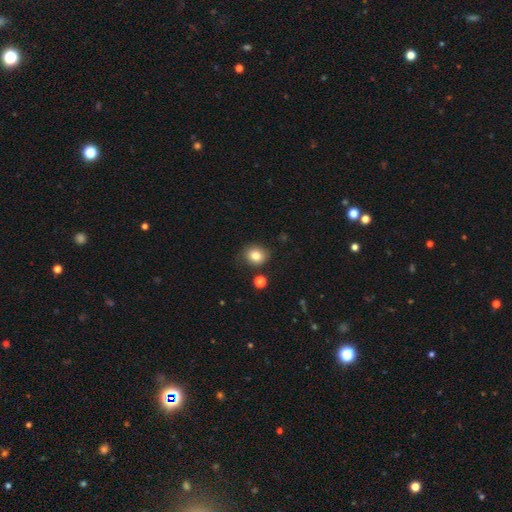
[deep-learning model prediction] Smooth or featured: smooth — 82% (star or artifact — 11%)
How rounded: round — 70% (in between — 29%)
Merging: none — 78% (minor disturbance — 15%)